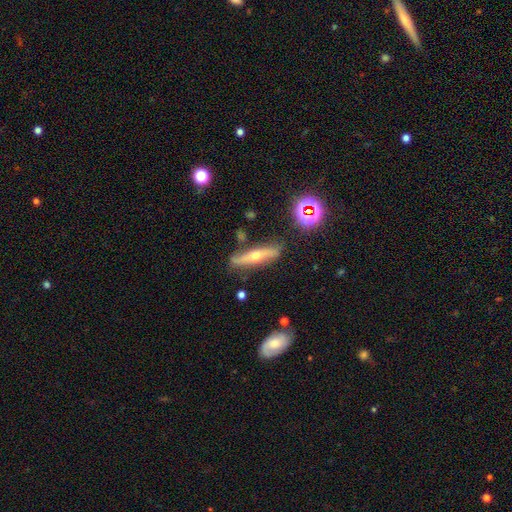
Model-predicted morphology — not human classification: type=featured or disk (62%); edge-on=yes (83%); edge-on bulge=rounded (91%); merging=none (79%).